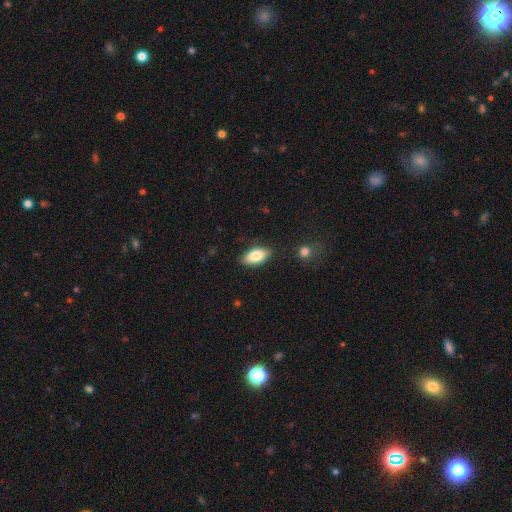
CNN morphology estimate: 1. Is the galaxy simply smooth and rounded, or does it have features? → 84% smooth, 10% featured or disk, 7% star or artifact.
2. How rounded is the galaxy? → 91% in between, 5% cigar-shaped, 3% round.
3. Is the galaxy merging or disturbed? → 84% none, 12% minor disturbance, 3% major disturbance, 2% merger.